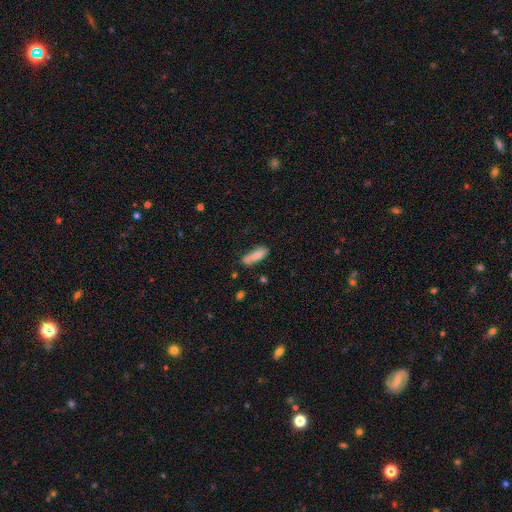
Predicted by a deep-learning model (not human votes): A smooth galaxy with no disk features (73%) that is in between round and cigar-shaped (51%).

Vote fractions:
- Smooth or featured? smooth: 73% / featured or disk: 21% / star or artifact: 6%
- How rounded? in between: 51% / cigar-shaped: 47% / round: 2%
- Merging? none: 70% / minor disturbance: 21% / merger: 5% / major disturbance: 4%